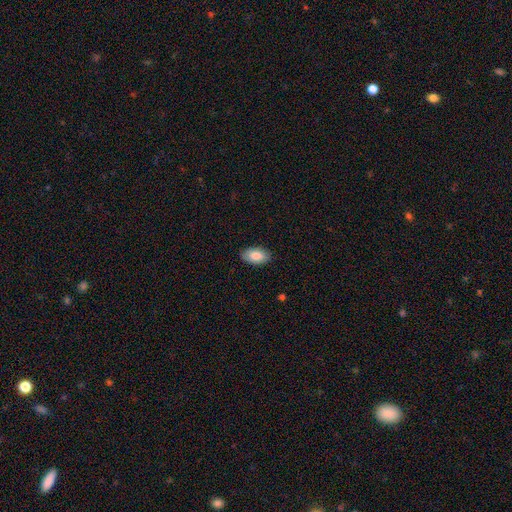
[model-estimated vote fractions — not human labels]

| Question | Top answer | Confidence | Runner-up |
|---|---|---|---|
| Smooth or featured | smooth | 83% | featured or disk (11%) |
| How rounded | in between | 94% | round (4%) |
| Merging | none | 87% | minor disturbance (10%) |